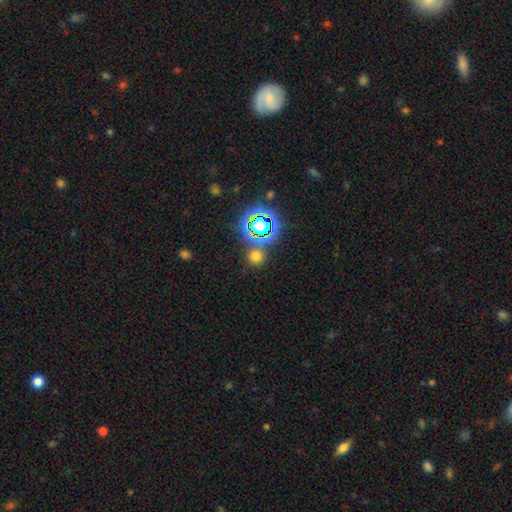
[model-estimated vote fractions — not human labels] smooth_or_featured: smooth (p=0.63) [alt: star or artifact p=0.30]
how_rounded: round (p=0.90) [alt: in between p=0.09]
merging: none (p=0.78) [alt: merger p=0.11]